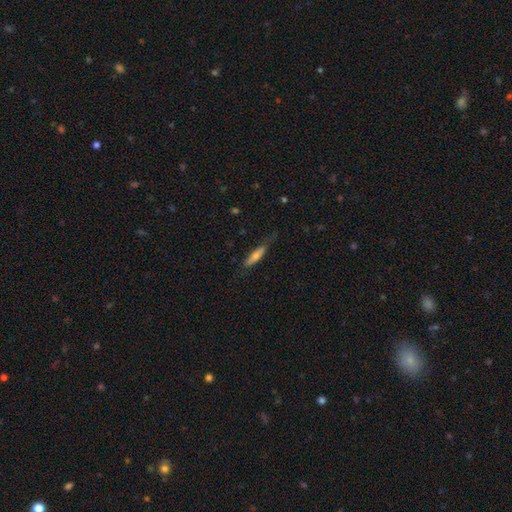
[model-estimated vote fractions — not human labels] A smooth galaxy with no disk features (63%) that is cigar-shaped (78%). Merging: none (62%).